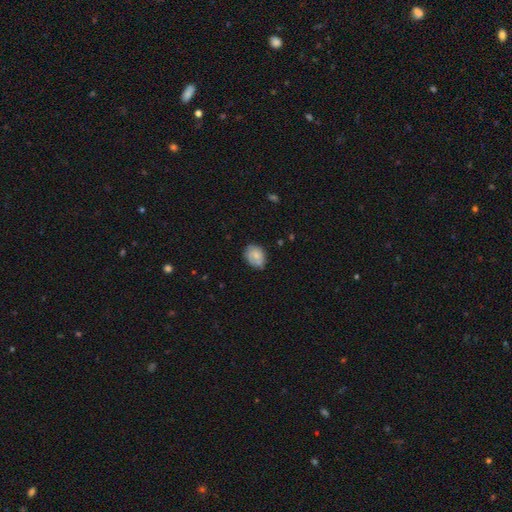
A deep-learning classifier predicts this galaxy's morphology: Q: Smooth or featured?
A: smooth (65%); runner-up: featured or disk (27%)
Q: How rounded?
A: in between (64%); runner-up: round (34%)
Q: Merging?
A: none (61%); runner-up: minor disturbance (29%)